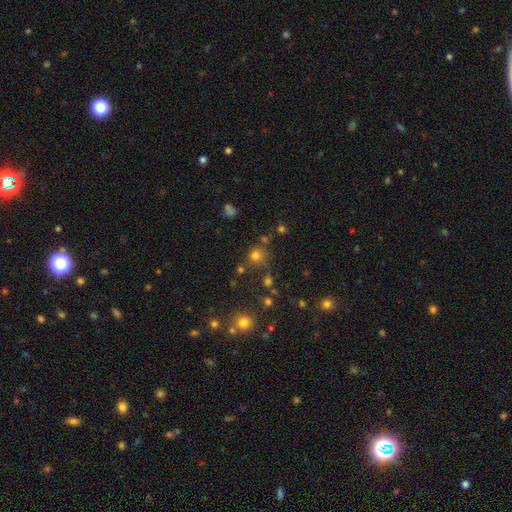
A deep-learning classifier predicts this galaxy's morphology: A smooth galaxy with no disk features (74%) that is round (91%). Merging: none (75%).